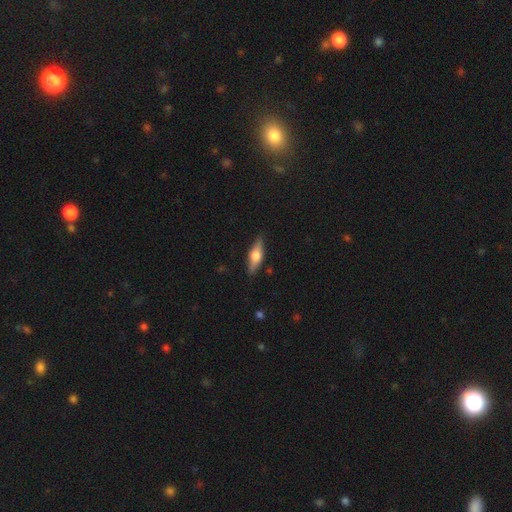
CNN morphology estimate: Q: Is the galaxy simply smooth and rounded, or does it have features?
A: featured or disk — 52%.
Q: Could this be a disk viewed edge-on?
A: yes — 93%.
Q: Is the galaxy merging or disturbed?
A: none — 87%.